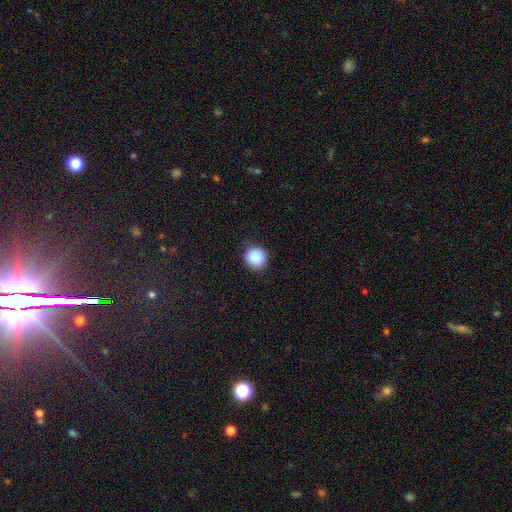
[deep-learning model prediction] Overall: smooth (89%). How rounded: round (94%). Merging: none (88%).